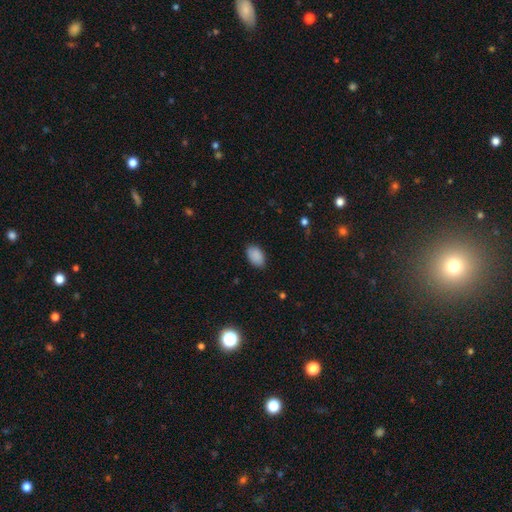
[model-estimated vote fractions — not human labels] Smooth or featured: smooth — 89% (star or artifact — 8%)
How rounded: in between — 91% (round — 7%)
Merging: none — 86% (minor disturbance — 11%)